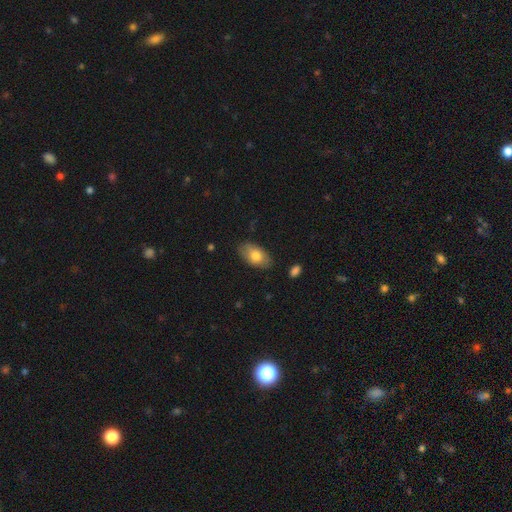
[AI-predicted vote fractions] smooth-or-featured: smooth: 76% | featured or disk: 18% | star or artifact: 6%
  how-rounded: in between: 93% | round: 5% | cigar-shaped: 2%
  merging: none: 84% | minor disturbance: 13% | major disturbance: 3% | merger: 1%